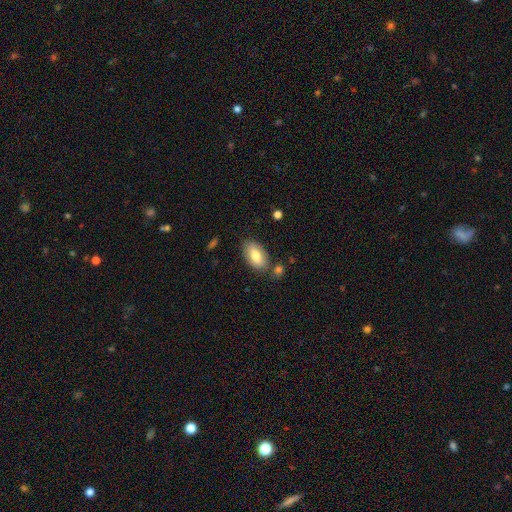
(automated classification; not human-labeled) Smooth or featured?
  - smooth: 75% *
  - featured or disk: 18%
  - star or artifact: 7%
How rounded?
  - in between: 93% *
  - round: 4%
  - cigar-shaped: 3%
Merging?
  - none: 76% *
  - minor disturbance: 14%
  - merger: 7%
  - major disturbance: 3%